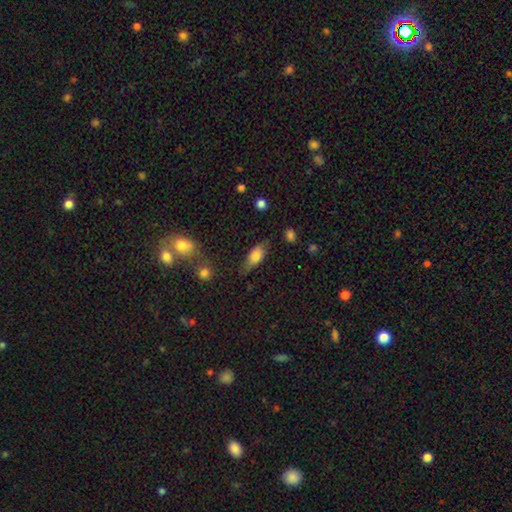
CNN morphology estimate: Smooth or featured? Predicted: smooth (p=0.74). How rounded? Predicted: in between (p=0.78). Merging? Predicted: none (p=0.61).